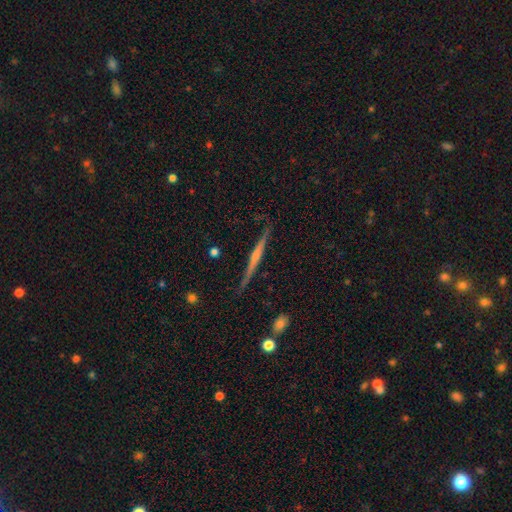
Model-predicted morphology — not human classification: Smooth or featured? featured or disk (74%)
Edge-on disk? yes (98%)
Edge-on bulge? rounded (61%)
Merging? none (87%)